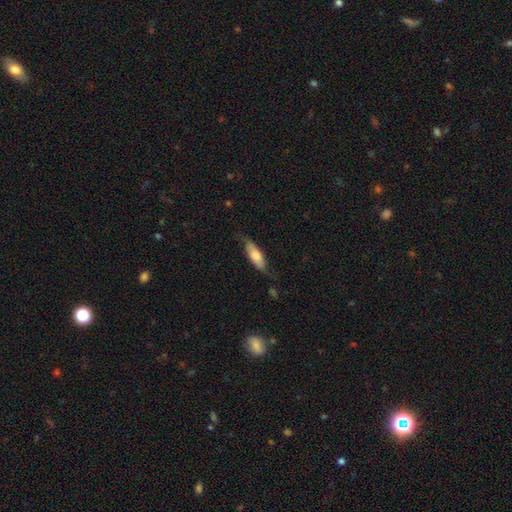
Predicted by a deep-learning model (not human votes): Morphology: type=smooth (62%); roundness=in between (62%); merging=none (62%).